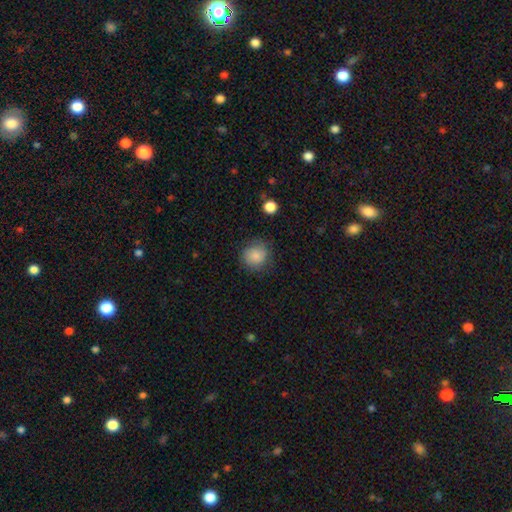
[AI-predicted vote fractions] smooth_or_featured: smooth (p=0.85) [alt: star or artifact p=0.09]
how_rounded: round (p=0.86) [alt: in between p=0.13]
merging: none (p=0.78) [alt: minor disturbance p=0.15]